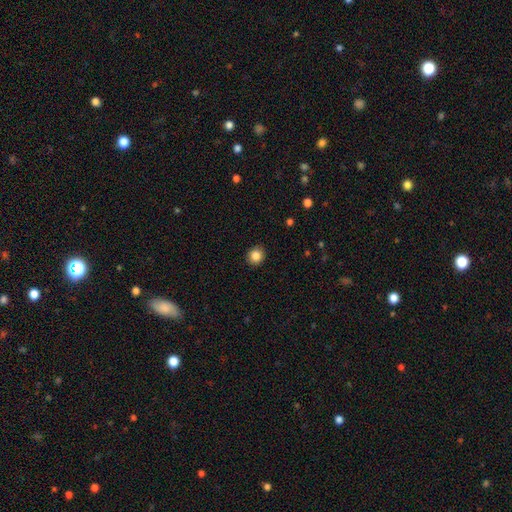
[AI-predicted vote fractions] The model was most divided on "how rounded": round: 86%, in between: 13%, cigar-shaped: 1%. More confident: merging — none (91%); smooth or featured — smooth (85%).